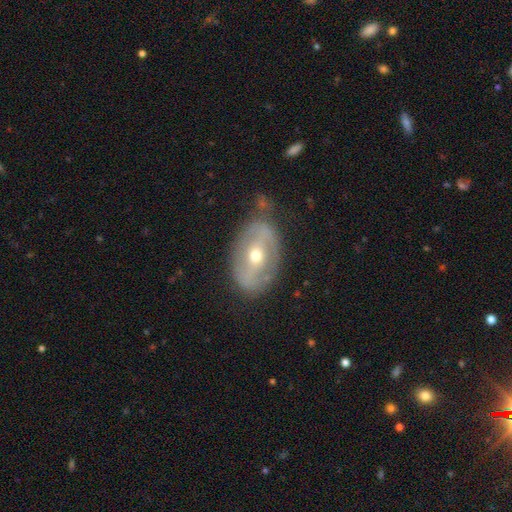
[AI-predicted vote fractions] Morphology: type=featured or disk (69%); edge-on=no (92%); bar=strong (39%); spiral arms=no (54%); bulge=moderate (55%); merging=none (67%).